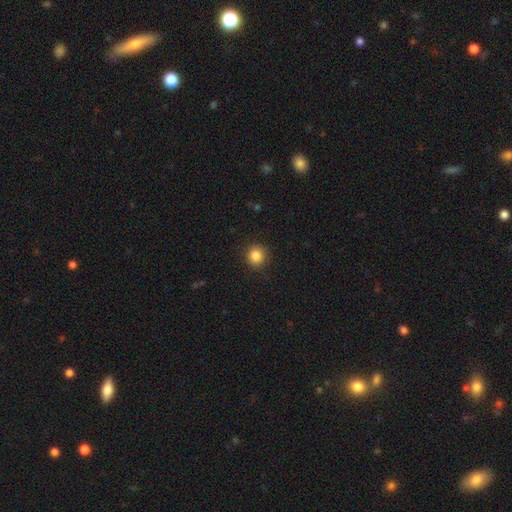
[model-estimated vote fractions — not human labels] This is clearly a smooth galaxy (86%). How rounded: clearly round (90%). Merging: clearly none (91%).